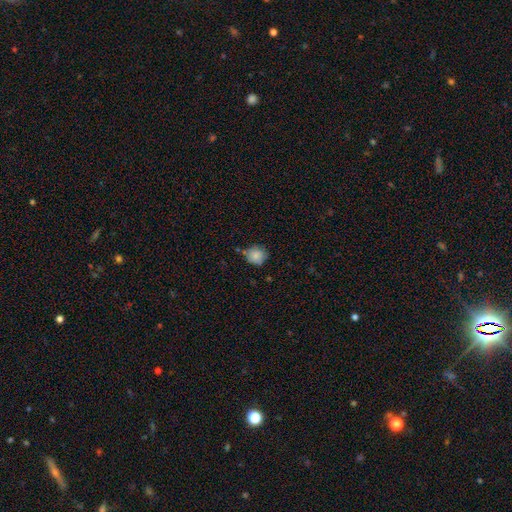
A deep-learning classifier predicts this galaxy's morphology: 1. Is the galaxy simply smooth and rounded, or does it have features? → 85% smooth, 9% star or artifact, 6% featured or disk.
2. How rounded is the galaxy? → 88% round, 11% in between, 1% cigar-shaped.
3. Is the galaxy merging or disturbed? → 71% none, 19% minor disturbance, 7% merger, 4% major disturbance.